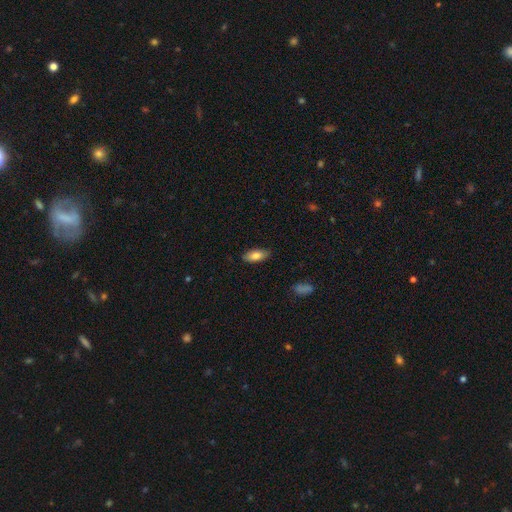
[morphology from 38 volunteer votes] Smooth or featured?
  - smooth: 71% *
  - featured or disk: 24%
  - star or artifact: 5%
How rounded?
  - in between: 89% *
  - cigar-shaped: 11%
  - round: 0%
Merging?
  - none: 89% *
  - minor disturbance: 11%
  - major disturbance: 0%
  - merger: 0%